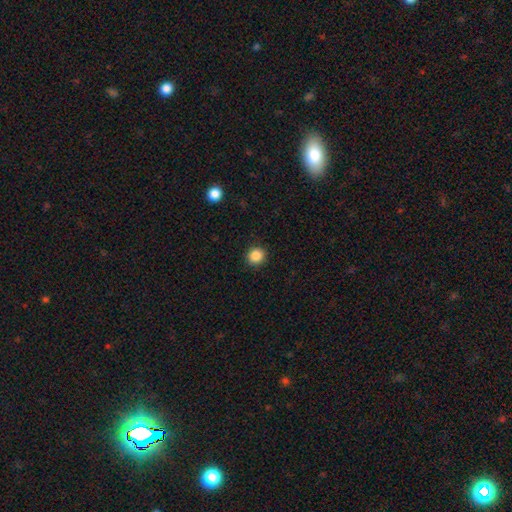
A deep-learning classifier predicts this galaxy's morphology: Smooth or featured?
  - smooth: 87% *
  - star or artifact: 10%
  - featured or disk: 3%
How rounded?
  - round: 90% *
  - in between: 9%
  - cigar-shaped: 1%
Merging?
  - none: 92% *
  - minor disturbance: 6%
  - major disturbance: 2%
  - merger: 1%